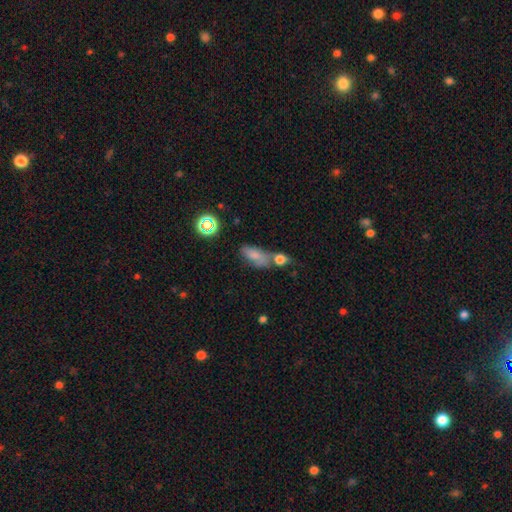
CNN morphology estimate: Overall: smooth (70%). How rounded: in between (78%). Merging: merger (40%; none 35%).